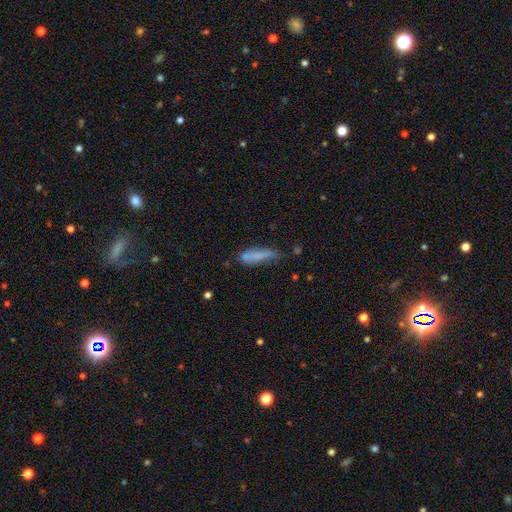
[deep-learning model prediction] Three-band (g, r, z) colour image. It shows a smooth galaxy with no disk features (70%) that is cigar-shaped (68%). Merging: none (46%).